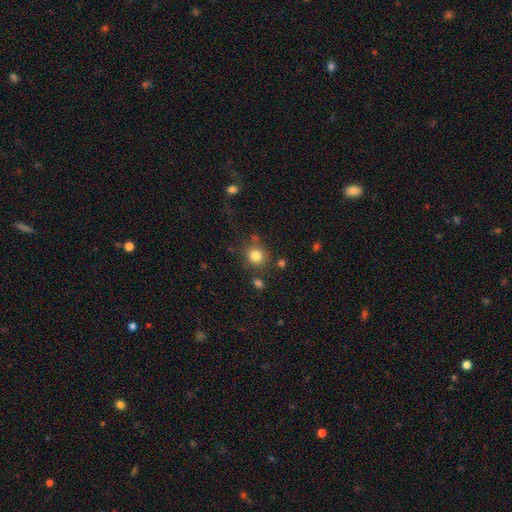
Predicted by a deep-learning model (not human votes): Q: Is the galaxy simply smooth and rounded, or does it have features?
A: smooth — 82%.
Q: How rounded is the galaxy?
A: round — 88%.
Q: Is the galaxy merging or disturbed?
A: none — 78%.